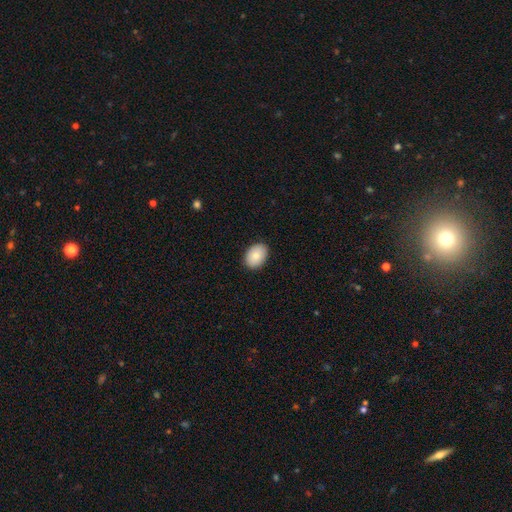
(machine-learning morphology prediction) type=smooth (85%); roundness=in between (78%); merging=none (90%).